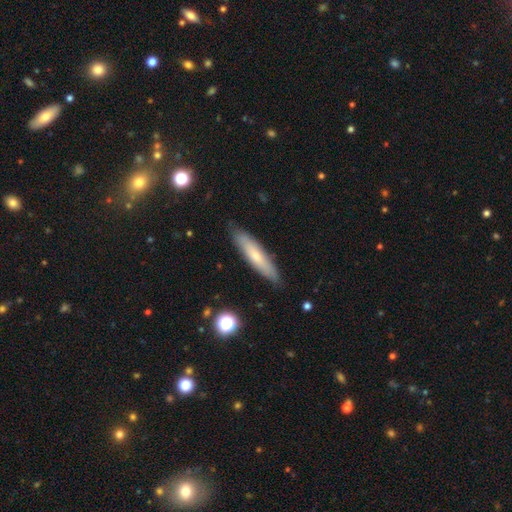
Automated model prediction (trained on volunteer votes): Smooth or featured? Predicted: smooth (p=0.61). How rounded? Predicted: cigar-shaped (p=0.83). Merging? Predicted: none (p=0.85).